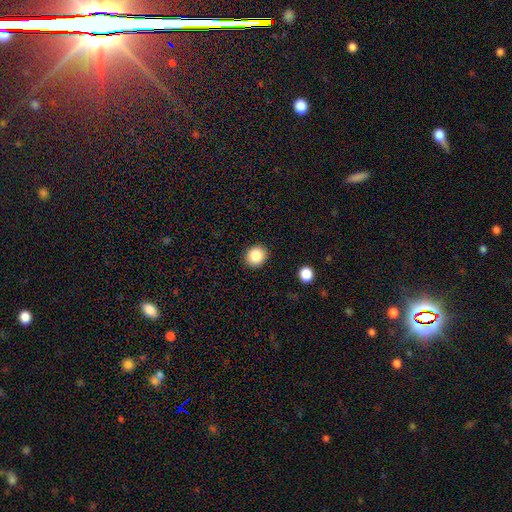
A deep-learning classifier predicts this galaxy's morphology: This appears to be a smooth galaxy with no disk features (85%) that is round (84%). Merging: none (91%).